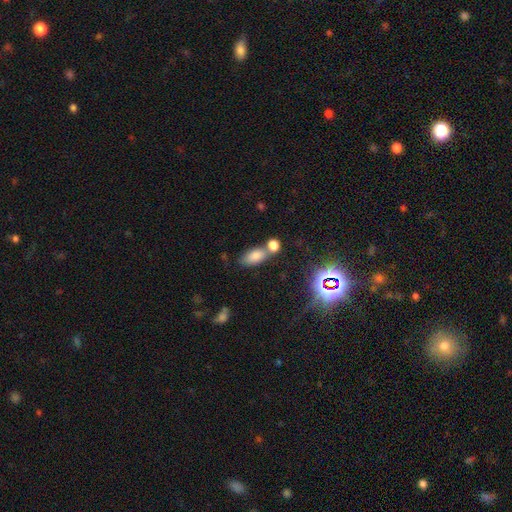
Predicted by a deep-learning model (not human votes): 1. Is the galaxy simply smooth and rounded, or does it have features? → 78% smooth, 13% star or artifact, 9% featured or disk.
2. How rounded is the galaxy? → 87% in between, 7% cigar-shaped, 6% round.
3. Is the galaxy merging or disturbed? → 50% none, 31% merger, 13% minor disturbance, 5% major disturbance.